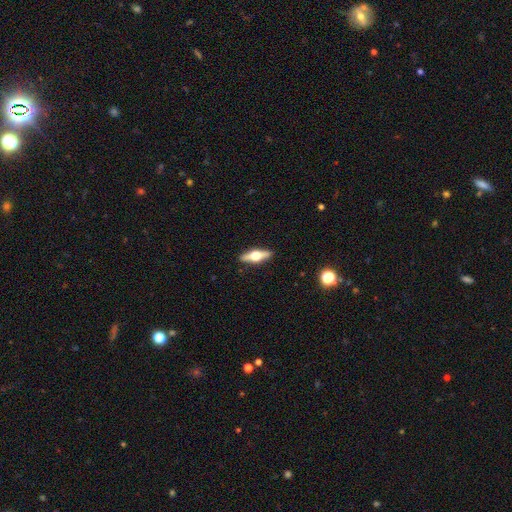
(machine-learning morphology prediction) featured or disk 62%, smooth 32%, star or artifact 6%. Down the decision tree: edge-on disk — yes (94%); edge-on bulge — rounded (95%); merging — none (90%).